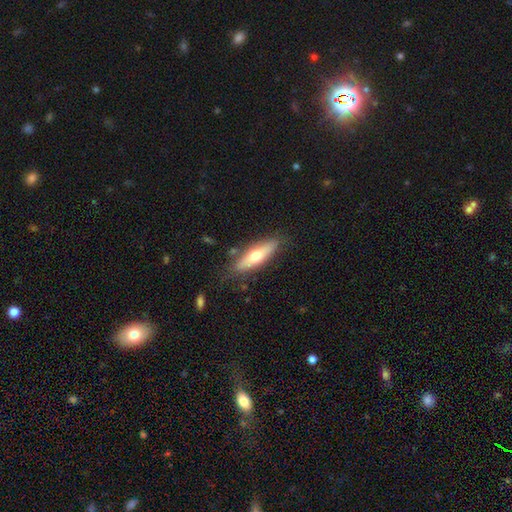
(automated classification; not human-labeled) smooth 56%, featured or disk 38%, star or artifact 6%. Down the decision tree: how rounded — cigar-shaped (59%); merging — none (79%).